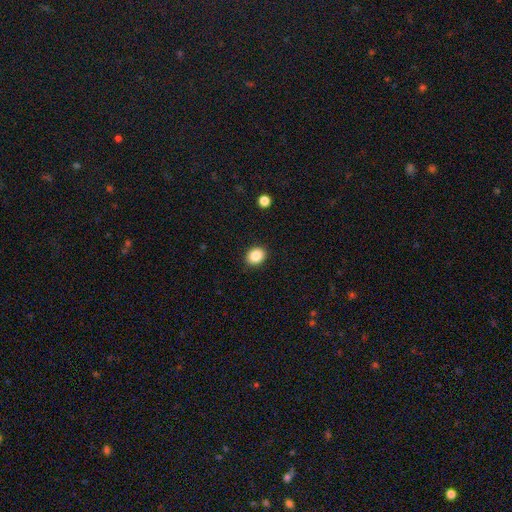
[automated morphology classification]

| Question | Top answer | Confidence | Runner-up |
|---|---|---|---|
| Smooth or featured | smooth | 86% | star or artifact (9%) |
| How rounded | round | 52% | in between (47%) |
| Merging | none | 90% | minor disturbance (7%) |